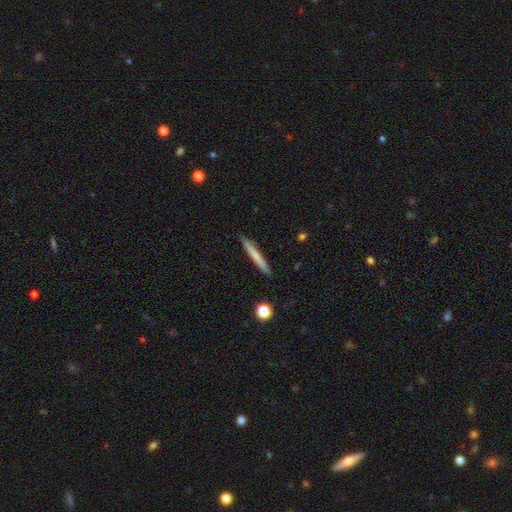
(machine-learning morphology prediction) smooth-or-featured: smooth: 66% | featured or disk: 27% | star or artifact: 6%
  how-rounded: cigar-shaped: 96% | in between: 3% | round: 1%
  merging: none: 90% | minor disturbance: 7% | major disturbance: 1% | merger: 1%